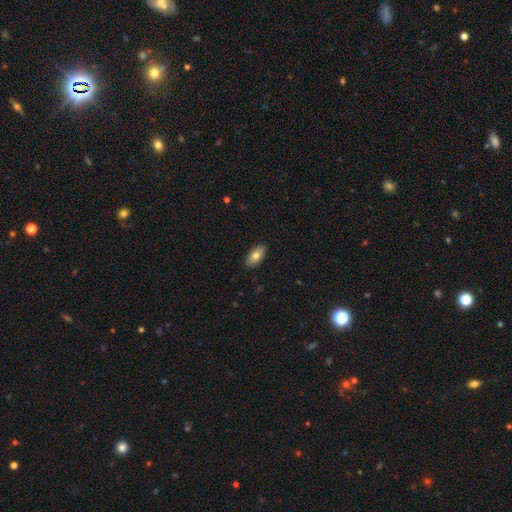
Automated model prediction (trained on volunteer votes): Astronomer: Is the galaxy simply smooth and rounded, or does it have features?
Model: smooth — 78%.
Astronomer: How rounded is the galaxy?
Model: in between — 91%.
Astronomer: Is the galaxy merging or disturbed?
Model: none — 89%.